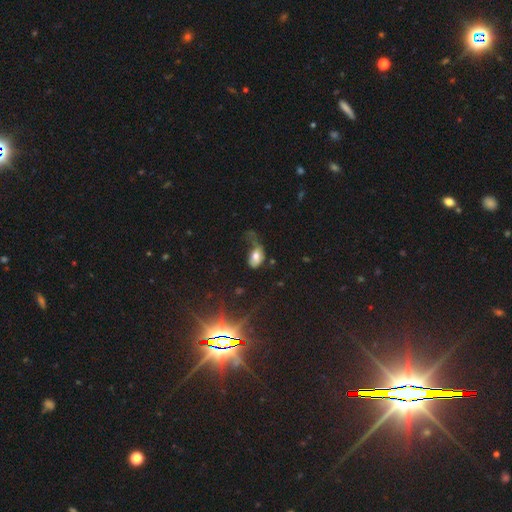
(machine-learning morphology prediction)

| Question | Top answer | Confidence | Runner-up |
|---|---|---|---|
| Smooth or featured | smooth | 65% | featured or disk (23%) |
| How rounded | in between | 83% | round (15%) |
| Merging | major disturbance | 50% | minor disturbance (25%) |